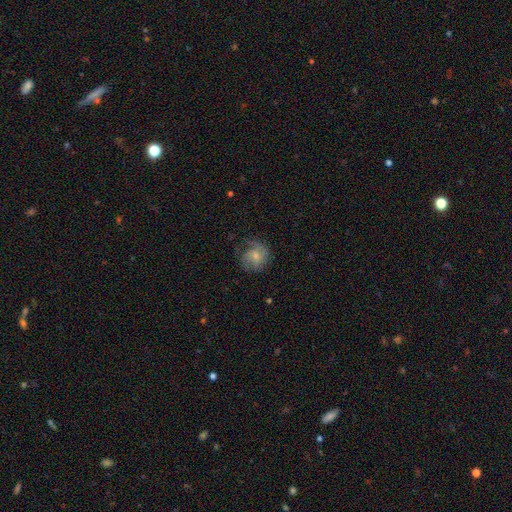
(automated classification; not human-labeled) A smooth galaxy with no disk features (50%). Merging: none (57%).